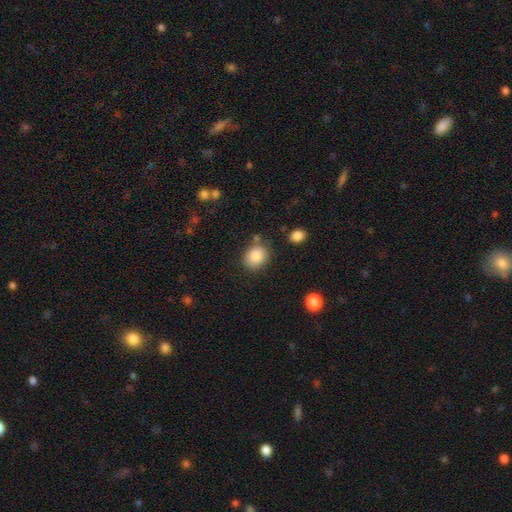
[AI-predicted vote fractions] smooth 86%, star or artifact 8%, featured or disk 5%. Down the decision tree: how rounded — round (55%); merging — none (76%).